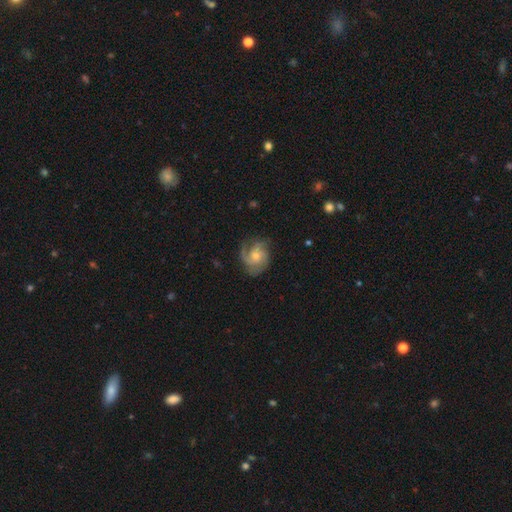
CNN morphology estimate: Smooth or featured? Predicted: featured or disk (p=0.83). Edge-on disk? Predicted: no (p=0.98). Bar? Predicted: no (p=0.70). Spiral arms? Predicted: yes (p=0.97). Spiral winding? Predicted: medium (p=0.45). Spiral arm count? Predicted: 3 (p=0.51). Bulge size? Predicted: moderate (p=0.51). Merging? Predicted: none (p=0.73).